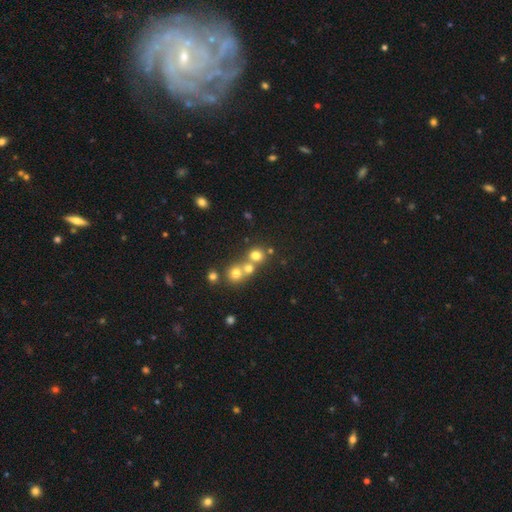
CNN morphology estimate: This appears to be a smooth galaxy with no disk features (70%) that is round (81%). Merging: none (48%).